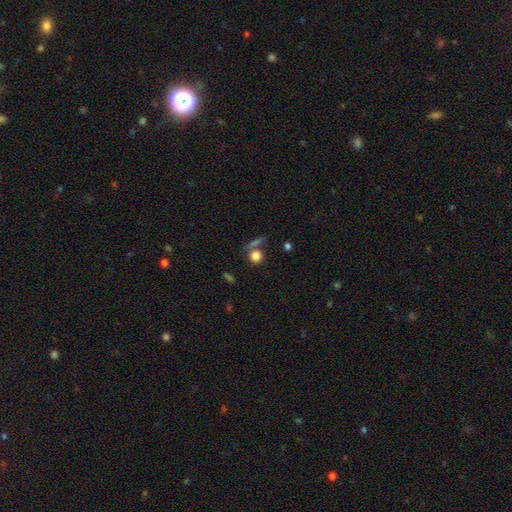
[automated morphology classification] Q: Smooth or featured?
A: smooth (81%); runner-up: star or artifact (11%)
Q: How rounded?
A: round (84%); runner-up: in between (13%)
Q: Merging?
A: none (62%); runner-up: merger (21%)